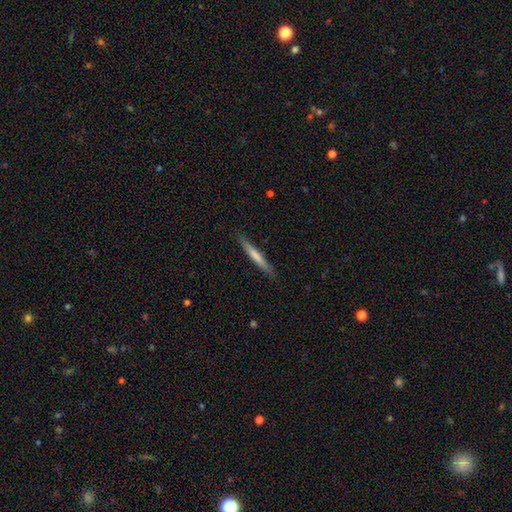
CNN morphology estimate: This appears to be a smooth galaxy with no disk features (65%) that is cigar-shaped (96%). Merging: none (88%).